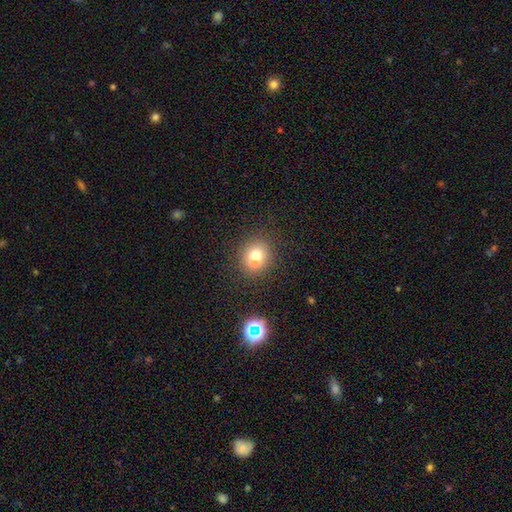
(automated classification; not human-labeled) smooth 68%, featured or disk 18%, star or artifact 14%. Down the decision tree: how rounded — round (75%); merging — none (49%).